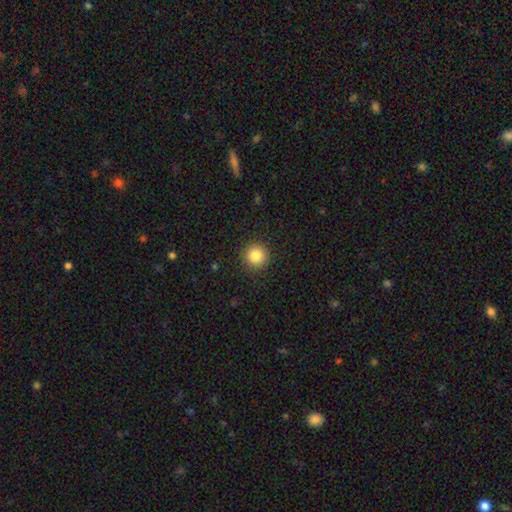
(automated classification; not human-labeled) Morphology: type=smooth (85%); roundness=round (95%); merging=none (91%).